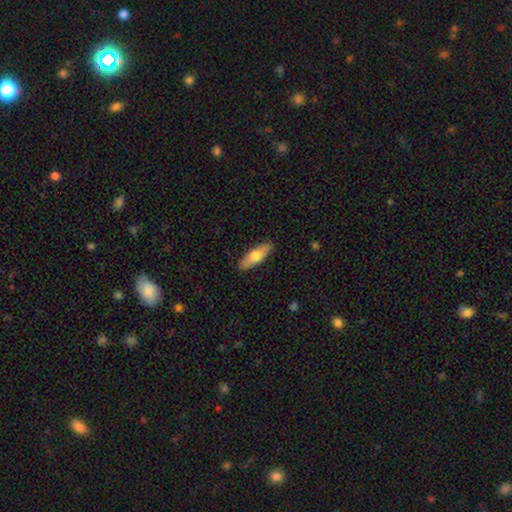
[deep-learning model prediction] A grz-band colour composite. It shows a smooth galaxy with no disk features (67%) that is in between round and cigar-shaped (50%). Merging: none (90%).